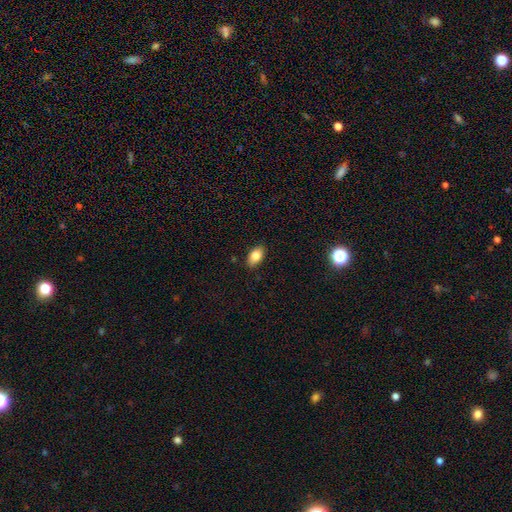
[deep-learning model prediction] Smooth or featured? smooth (84%)
How rounded? in between (92%)
Merging? none (87%)